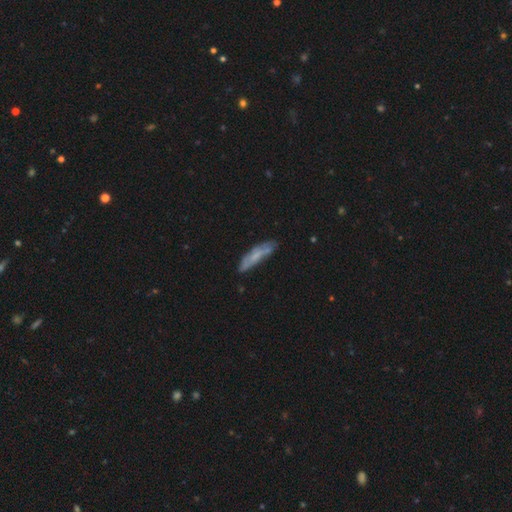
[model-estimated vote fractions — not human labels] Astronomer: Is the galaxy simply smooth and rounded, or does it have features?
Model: smooth — 54% (runner-up: featured or disk, 39%).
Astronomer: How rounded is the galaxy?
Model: cigar-shaped — 73%.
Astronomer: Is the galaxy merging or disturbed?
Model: none — 62%.